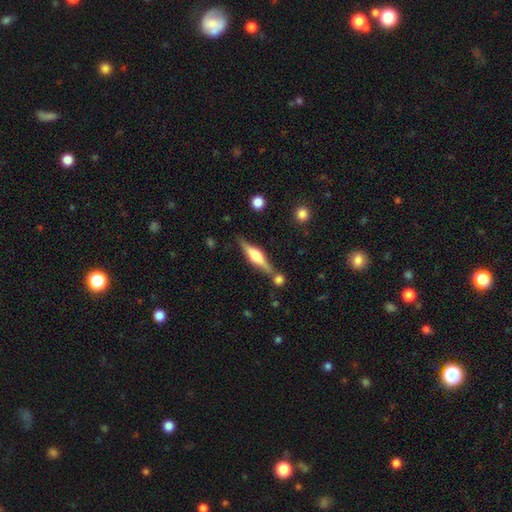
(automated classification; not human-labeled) Overall: featured or disk (71%). Edge-on disk: yes (97%). Edge-on bulge: rounded (81%). Merging: none (76%).